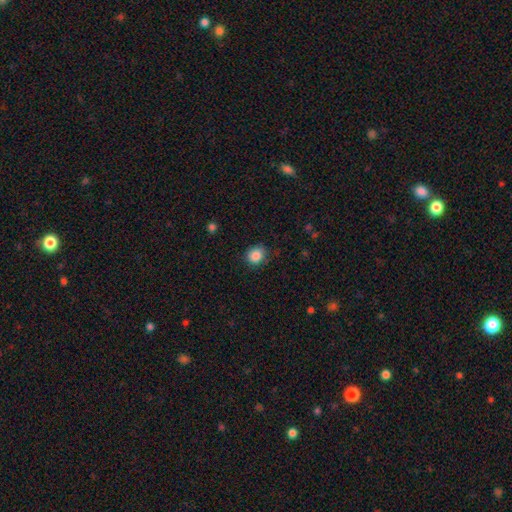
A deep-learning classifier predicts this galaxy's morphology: A smooth galaxy with no disk features (86%) that is round (79%). Merging: none (82%).